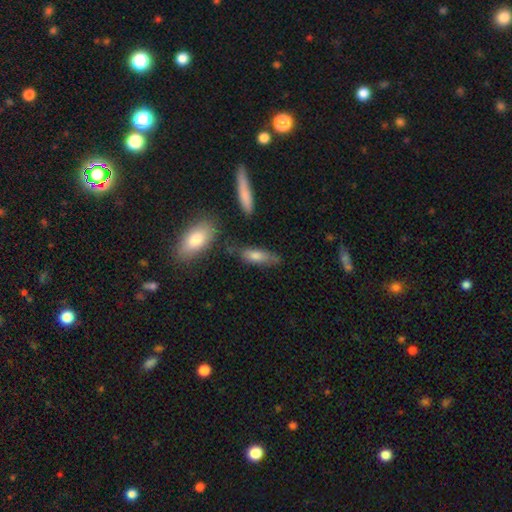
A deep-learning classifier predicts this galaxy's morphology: smooth 75%, featured or disk 18%, star or artifact 7%. Down the decision tree: how rounded — in between (59%); merging — none (62%).